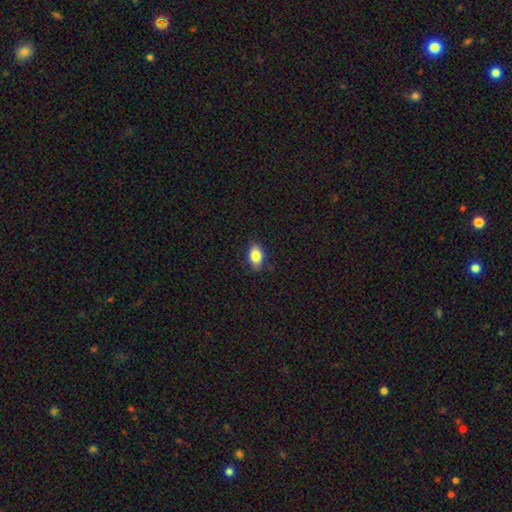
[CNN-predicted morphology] This appears to be a smooth galaxy with no disk features (84%) that is in between round and cigar-shaped (87%). Merging: none (86%).